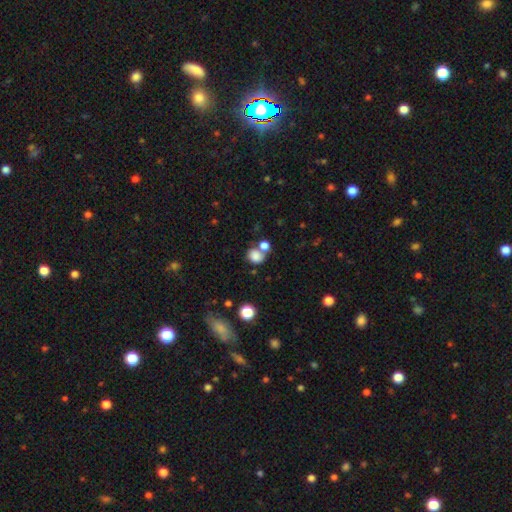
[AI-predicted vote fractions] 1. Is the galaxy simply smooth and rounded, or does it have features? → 81% smooth, 11% star or artifact, 7% featured or disk.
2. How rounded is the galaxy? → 68% round, 31% in between, 1% cigar-shaped.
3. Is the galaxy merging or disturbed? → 47% none, 35% merger, 12% minor disturbance, 6% major disturbance.